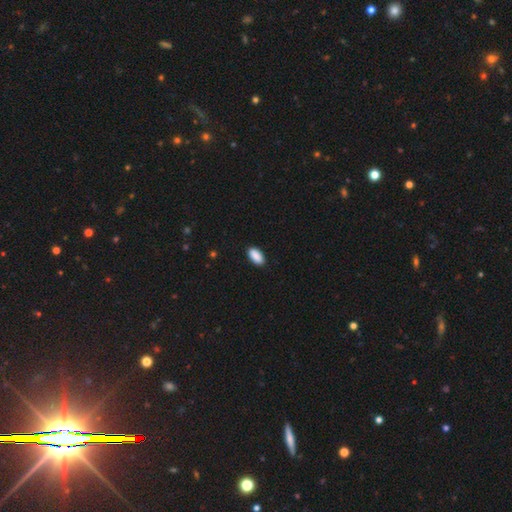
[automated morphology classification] smooth-or-featured: smooth: 91% | star or artifact: 6% | featured or disk: 3%
  how-rounded: in between: 92% | cigar-shaped: 6% | round: 2%
  merging: none: 89% | minor disturbance: 8% | major disturbance: 2% | merger: 1%